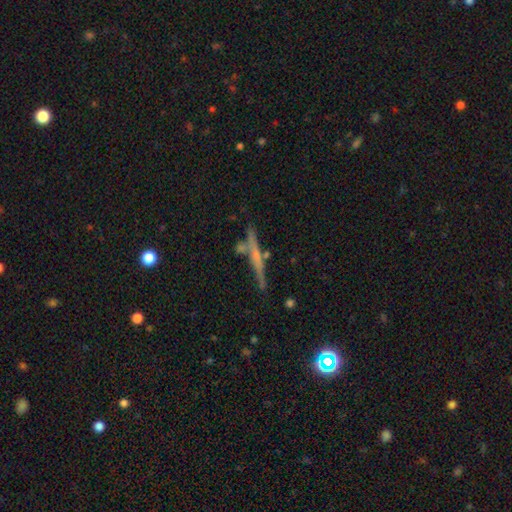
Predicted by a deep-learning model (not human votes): Smooth or featured? featured or disk (59%)
Edge-on disk? yes (96%)
Edge-on bulge? none (63%)
Merging? none (77%)